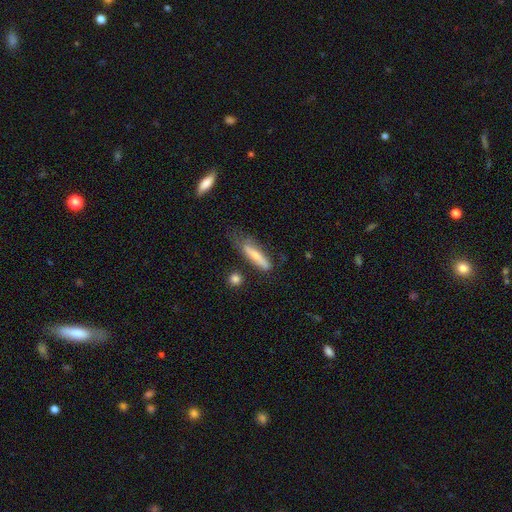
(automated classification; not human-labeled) Overall: smooth (68%). How rounded: cigar-shaped (78%). Merging: none (52%; minor disturbance 30%).